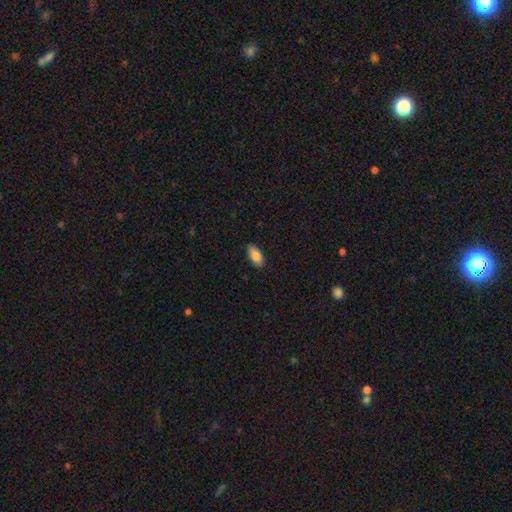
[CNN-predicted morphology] This is clearly a smooth galaxy (86%). How rounded: clearly in between (92%). Merging: clearly none (86%).